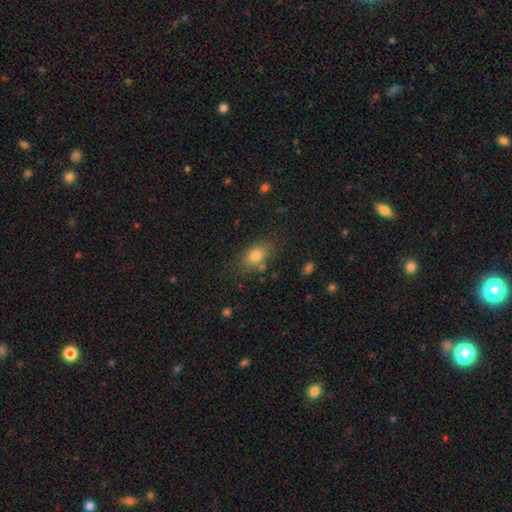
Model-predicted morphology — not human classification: type=smooth (79%); roundness=in between (76%); merging=none (75%).